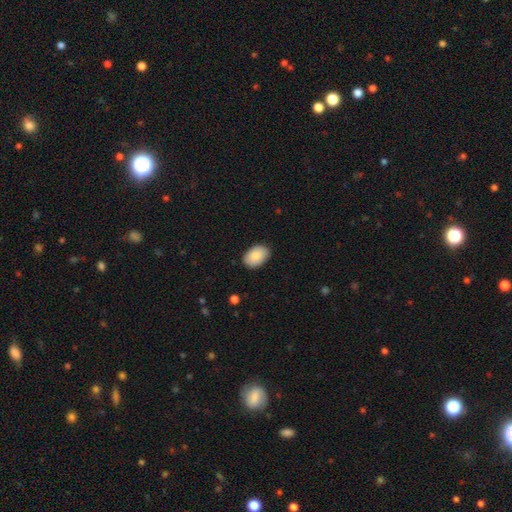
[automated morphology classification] A smooth galaxy with no disk features (86%) that is in between round and cigar-shaped (88%). Merging: none (86%).